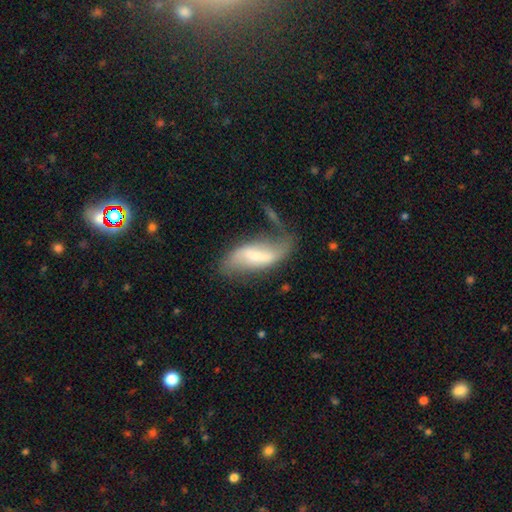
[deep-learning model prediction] The model was most divided on "bar": strong: 45%, weak: 40%, no: 15%. Remaining: edge-on disk — no (92%); spiral arms — yes (85%); spiral arm count — 2 (83%); spiral winding — loose (81%); smooth or featured — featured or disk (68%); merging — none (48%); bulge size — small (41%).